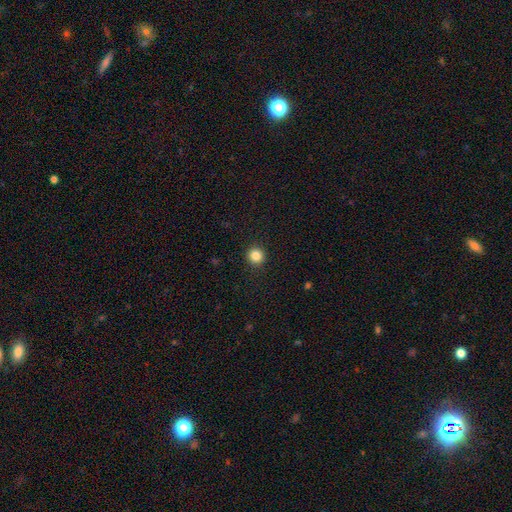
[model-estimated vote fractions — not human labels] The model was most divided on "smooth or featured": smooth: 84%, star or artifact: 11%, featured or disk: 4%. More confident: how rounded — round (94%); merging — none (92%).